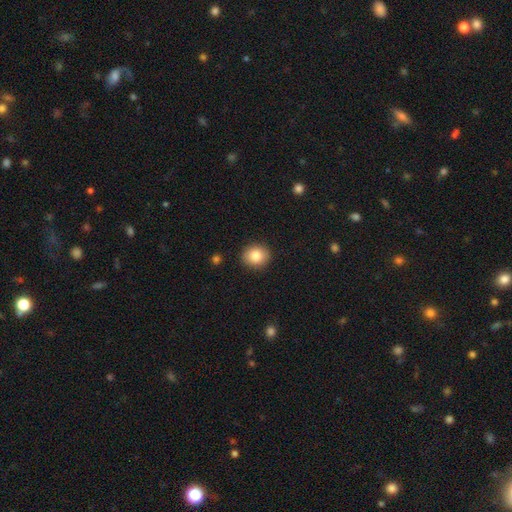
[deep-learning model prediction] Smooth or featured? Predicted: smooth (p=0.84). How rounded? Predicted: round (p=0.76). Merging? Predicted: none (p=0.90).